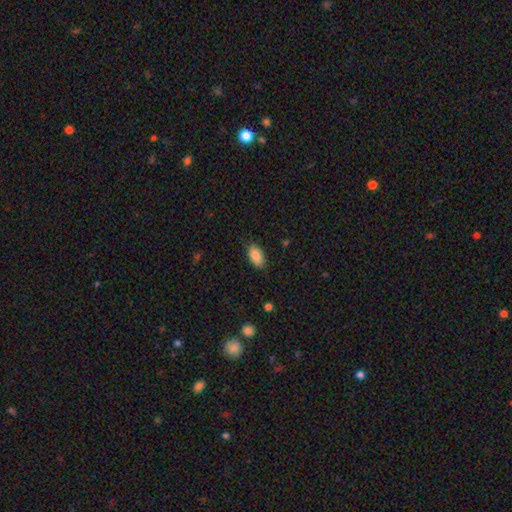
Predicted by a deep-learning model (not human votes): smooth 87%, star or artifact 7%, featured or disk 6%. Down the decision tree: how rounded — in between (93%); merging — none (83%).